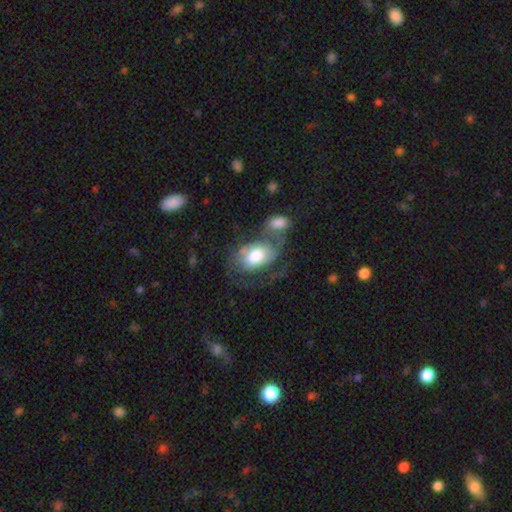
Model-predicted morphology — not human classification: Overall: featured or disk (49%; smooth 45%). Merging: merger (31%; major disturbance 28%).